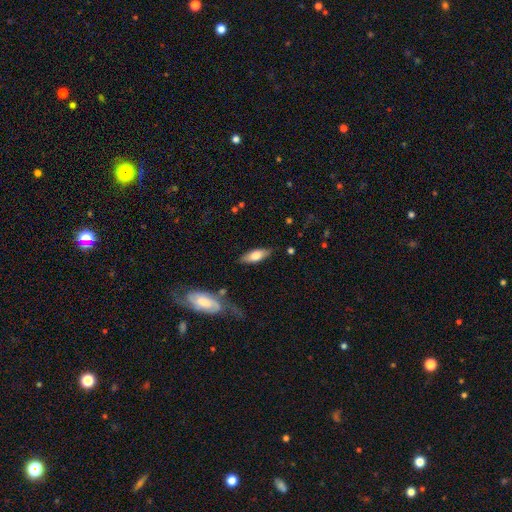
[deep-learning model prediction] Overall: smooth (62%; featured or disk 31%). How rounded: in between (67%; cigar-shaped 31%). Merging: none (79%).